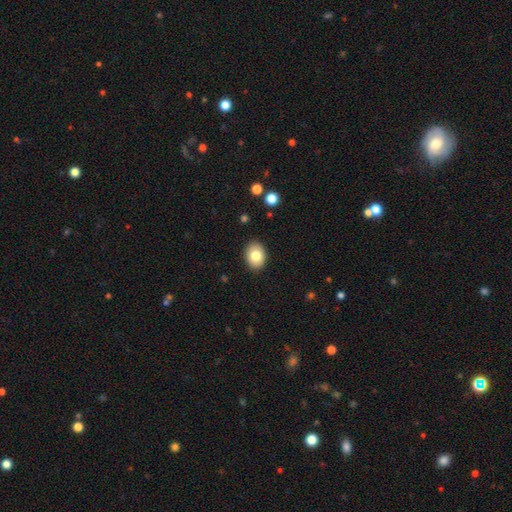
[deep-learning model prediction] Overall: smooth (80%). How rounded: in between (68%; round 32%). Merging: none (89%).